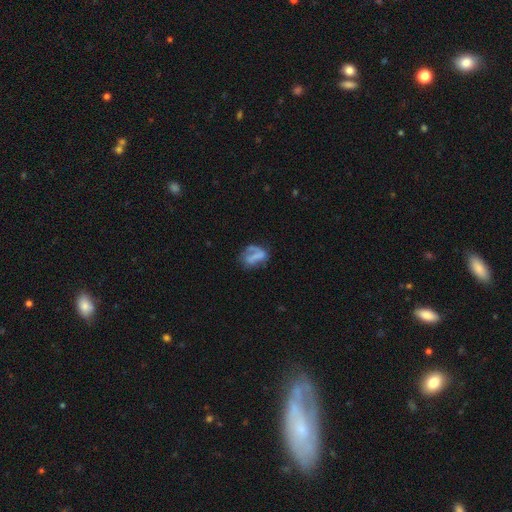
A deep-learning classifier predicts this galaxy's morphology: A featured or disk galaxy (48%). Merging: none (38%).